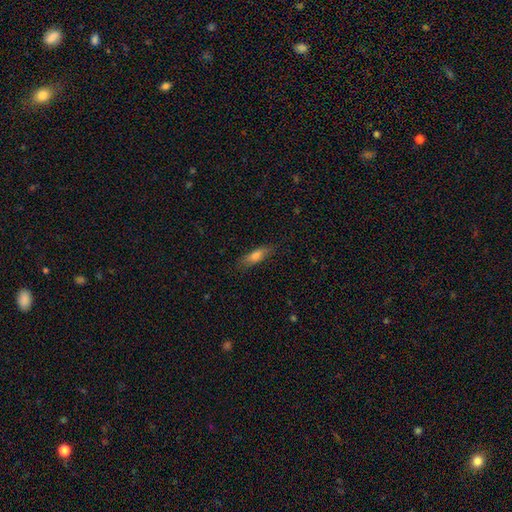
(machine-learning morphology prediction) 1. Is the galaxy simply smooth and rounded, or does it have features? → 73% smooth, 19% featured or disk, 8% star or artifact.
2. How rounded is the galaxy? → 50% in between, 48% cigar-shaped, 3% round.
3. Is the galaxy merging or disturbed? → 82% none, 14% minor disturbance, 3% major disturbance, 1% merger.